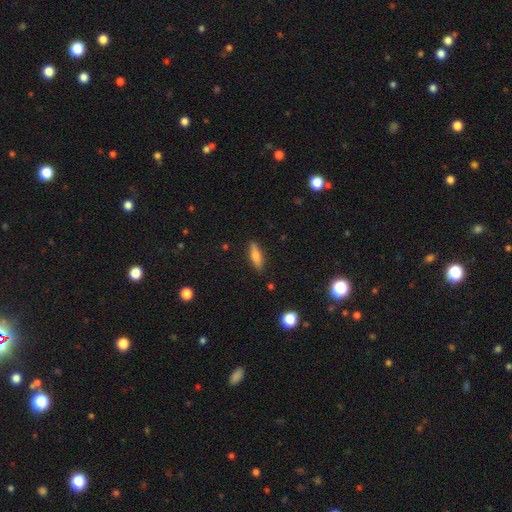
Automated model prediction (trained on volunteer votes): Smooth or featured? Predicted: smooth (p=0.70). How rounded? Predicted: cigar-shaped (p=0.57). Merging? Predicted: none (p=0.87).